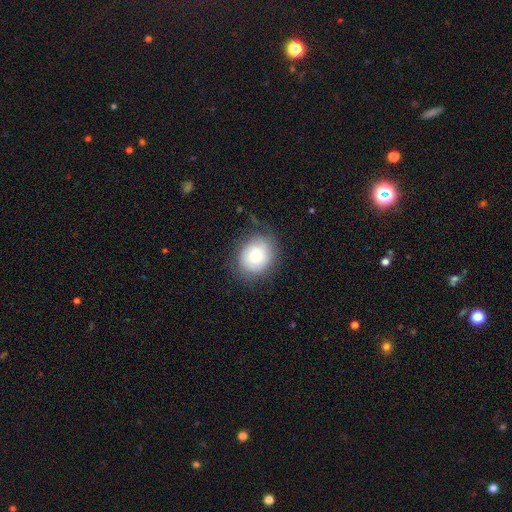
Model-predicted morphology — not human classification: Q: Smooth or featured?
A: smooth (72%); runner-up: featured or disk (19%)
Q: How rounded?
A: round (67%); runner-up: in between (32%)
Q: Merging?
A: none (74%); runner-up: minor disturbance (18%)